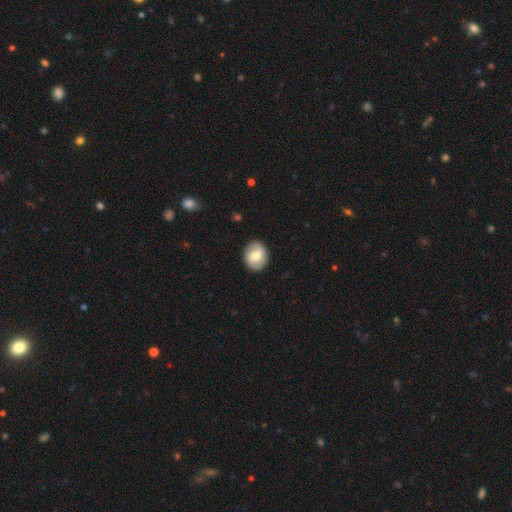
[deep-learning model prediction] smooth-or-featured: smooth: 65% | featured or disk: 28% | star or artifact: 7%
  how-rounded: round: 61% | in between: 38% | cigar-shaped: 1%
  merging: none: 88% | minor disturbance: 9% | major disturbance: 2% | merger: 1%